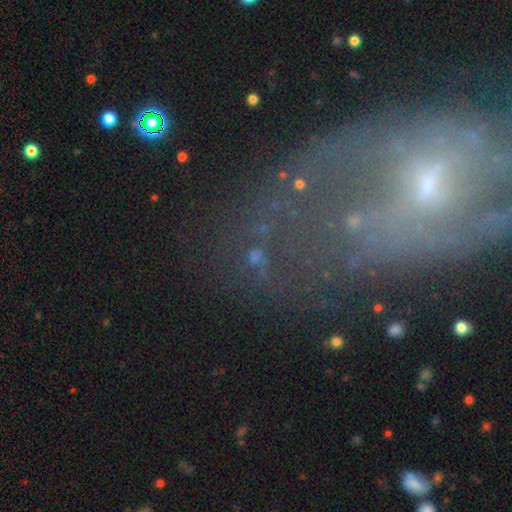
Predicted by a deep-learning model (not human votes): This appears to be a star or artifact, not a galaxy (48%).